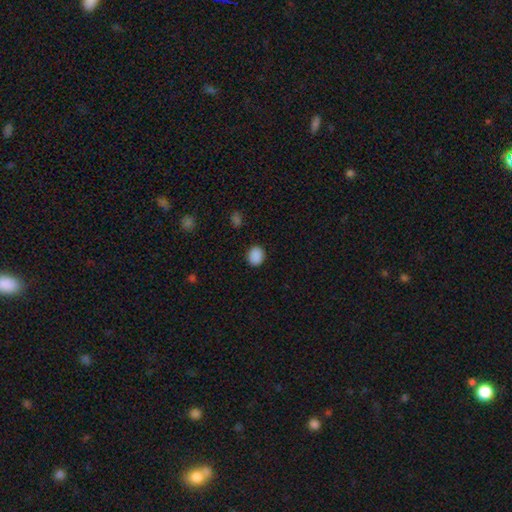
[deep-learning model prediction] Q: Smooth or featured?
A: smooth (88%); runner-up: star or artifact (9%)
Q: How rounded?
A: round (70%); runner-up: in between (29%)
Q: Merging?
A: none (89%); runner-up: minor disturbance (8%)